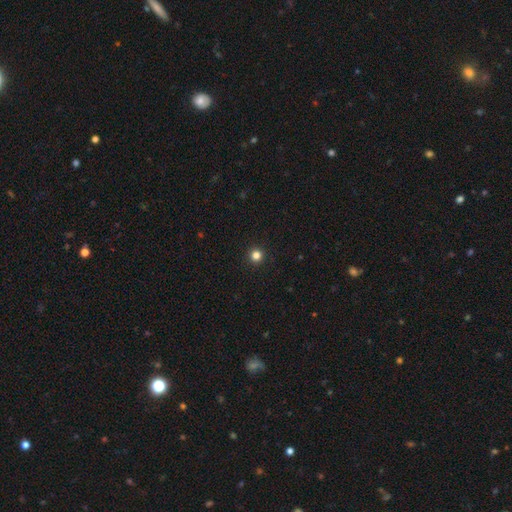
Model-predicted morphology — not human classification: smooth_or_featured: smooth (p=0.83) [alt: star or artifact p=0.13]
how_rounded: round (p=0.96) [alt: in between p=0.03]
merging: none (p=0.94) [alt: minor disturbance p=0.04]